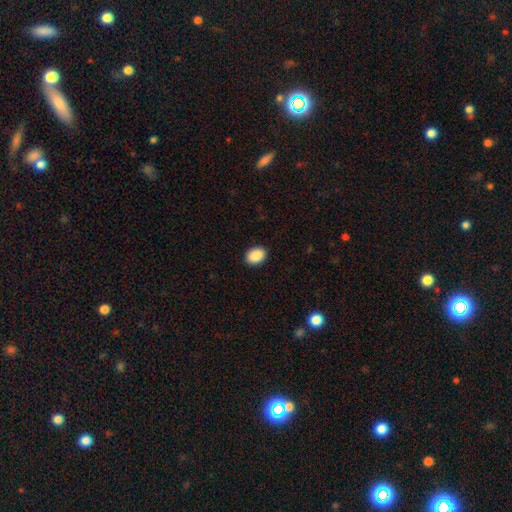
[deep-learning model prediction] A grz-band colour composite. It shows a smooth galaxy with no disk features (89%) that is in between round and cigar-shaped (70%). Merging: none (91%).